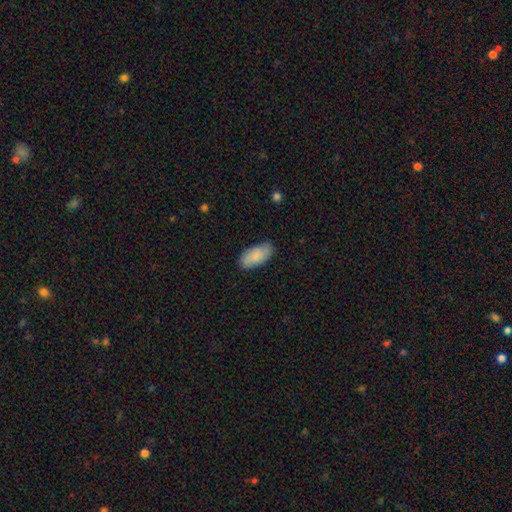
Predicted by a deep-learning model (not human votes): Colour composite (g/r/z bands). It shows a smooth galaxy with no disk features (81%) that is in between round and cigar-shaped (92%). Merging: none (80%).